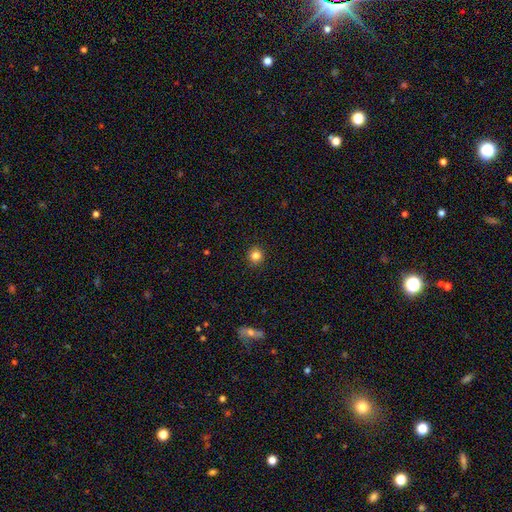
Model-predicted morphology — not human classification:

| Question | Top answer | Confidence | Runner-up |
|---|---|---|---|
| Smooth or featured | smooth | 83% | star or artifact (12%) |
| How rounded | round | 92% | in between (7%) |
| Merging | none | 92% | minor disturbance (5%) |